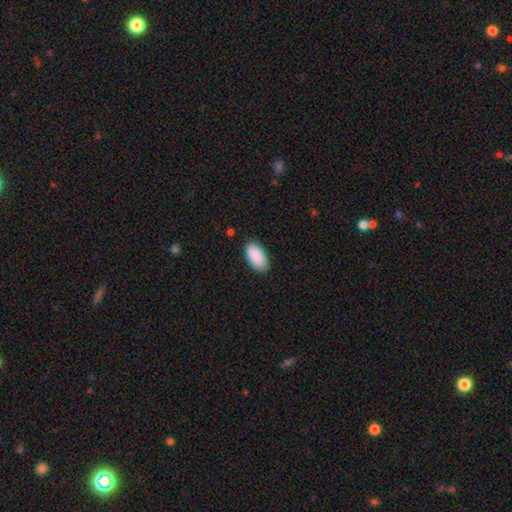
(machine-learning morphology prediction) Smooth or featured? smooth (91%)
How rounded? in between (96%)
Merging? none (86%)